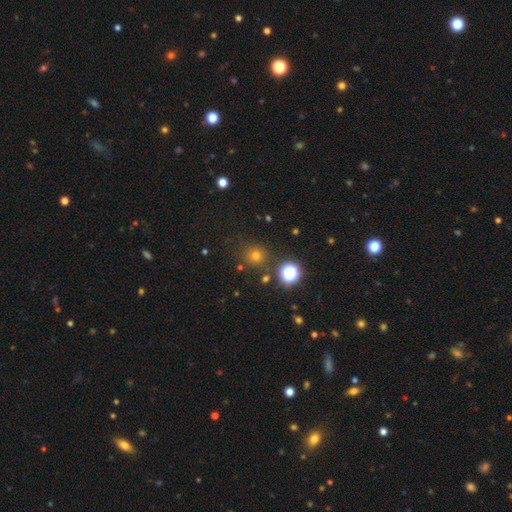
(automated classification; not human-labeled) A smooth galaxy with no disk features (67%) that is round (92%). Merging: none (85%).